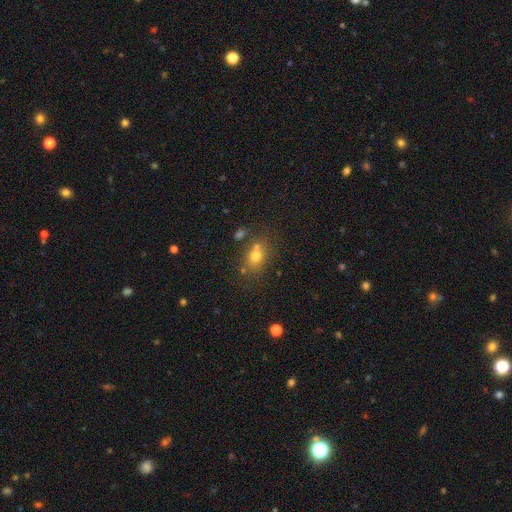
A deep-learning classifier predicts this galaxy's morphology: smooth-or-featured: smooth: 70% | star or artifact: 17% | featured or disk: 13%
  how-rounded: in between: 52% | round: 46% | cigar-shaped: 2%
  merging: none: 63% | merger: 18% | minor disturbance: 14% | major disturbance: 5%